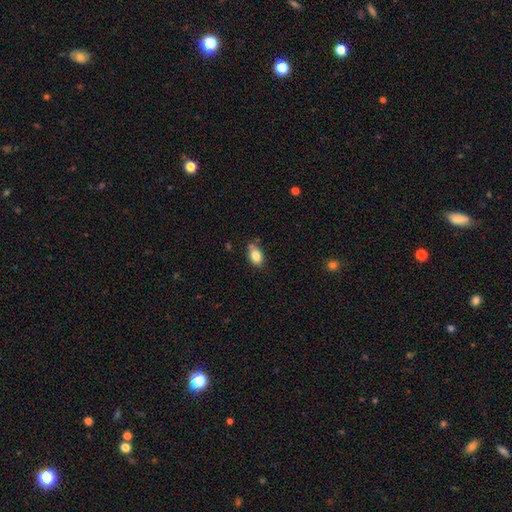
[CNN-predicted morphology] smooth 82%, featured or disk 9%, star or artifact 8%. Down the decision tree: how rounded — in between (84%); merging — none (69%).